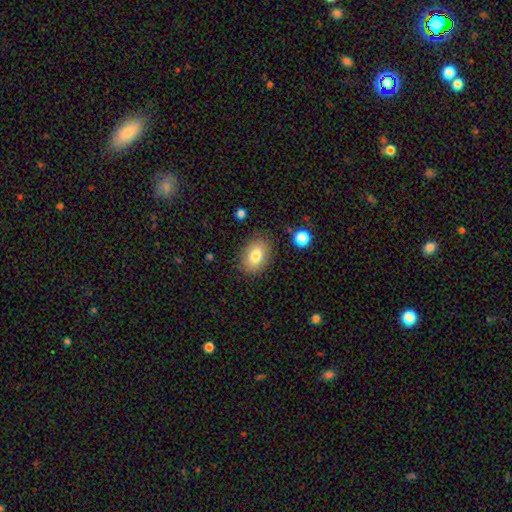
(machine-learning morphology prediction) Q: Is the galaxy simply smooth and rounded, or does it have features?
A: smooth — 81%.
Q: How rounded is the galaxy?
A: in between — 80%.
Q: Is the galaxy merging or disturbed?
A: none — 84%.